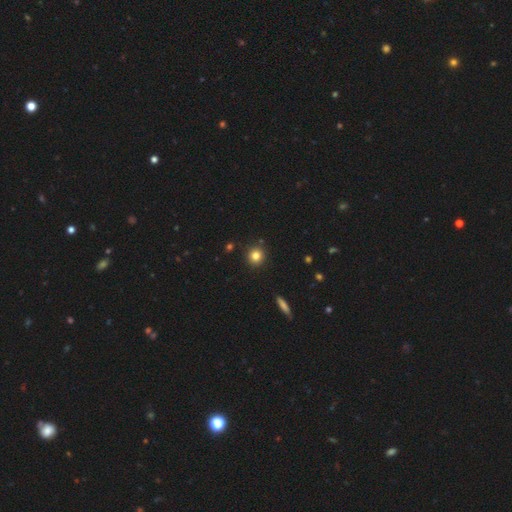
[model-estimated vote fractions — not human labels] Smooth or featured? Predicted: smooth (p=0.82). How rounded? Predicted: round (p=0.91). Merging? Predicted: none (p=0.90).